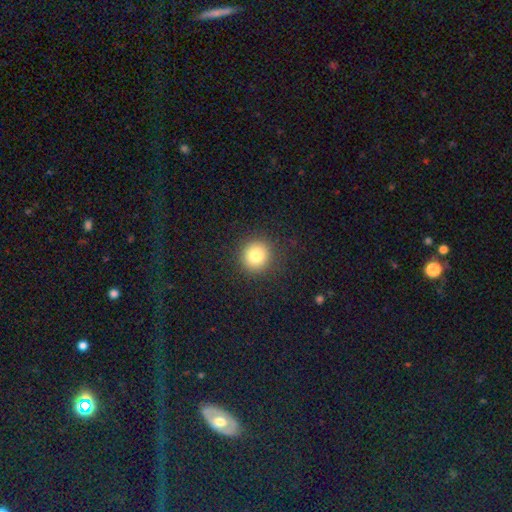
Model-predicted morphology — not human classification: smooth 80%, star or artifact 12%, featured or disk 8%. Down the decision tree: how rounded — round (92%); merging — none (90%).